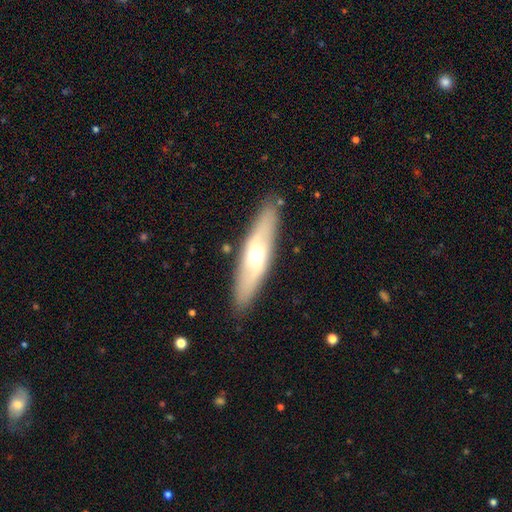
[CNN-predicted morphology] type=featured or disk (52%); edge-on=yes (58%); merging=none (87%).